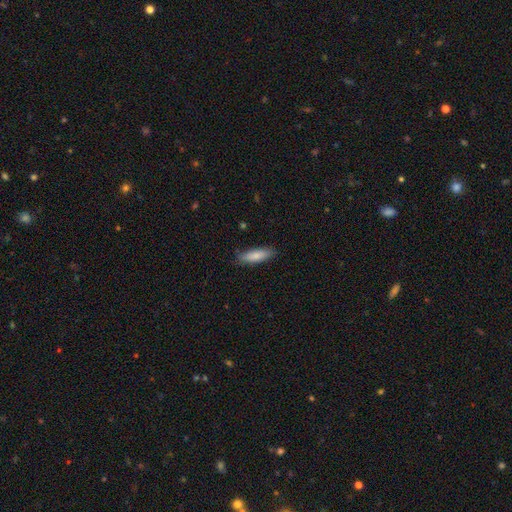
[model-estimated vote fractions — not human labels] Morphology: type=smooth (83%); roundness=cigar-shaped (57%); merging=none (84%).